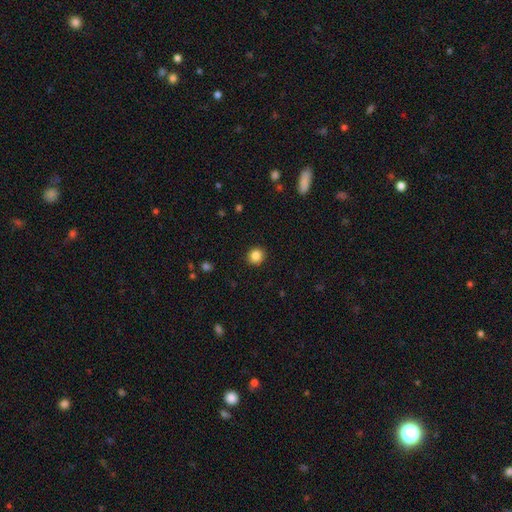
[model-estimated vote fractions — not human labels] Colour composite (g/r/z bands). It shows a smooth galaxy with no disk features (85%) that is round (84%). Merging: none (92%).